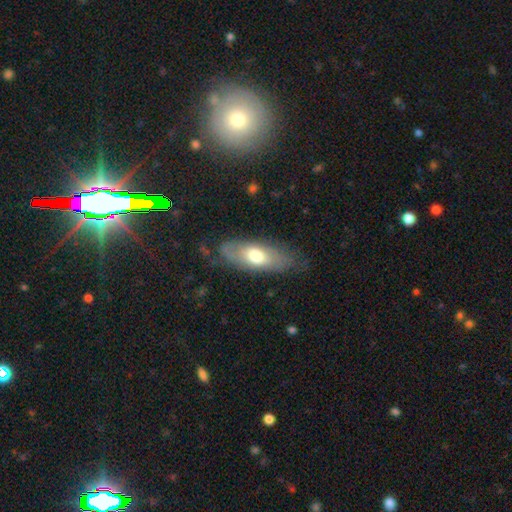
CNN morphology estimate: Smooth or featured? Predicted: smooth (p=0.57). How rounded? Predicted: in between (p=0.76). Merging? Predicted: none (p=0.71).